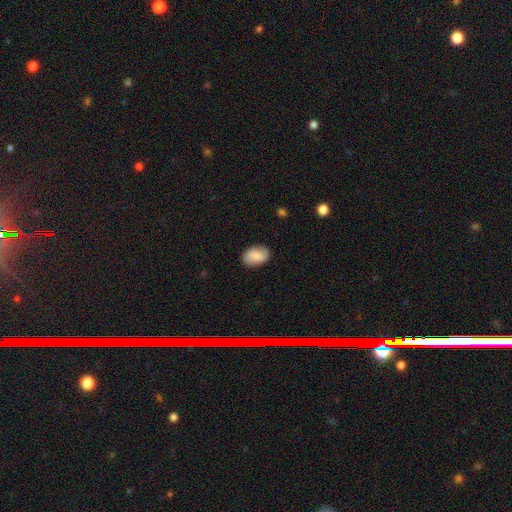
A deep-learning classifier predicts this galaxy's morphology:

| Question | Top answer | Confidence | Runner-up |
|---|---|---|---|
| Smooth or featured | smooth | 79% | featured or disk (13%) |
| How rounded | in between | 85% | round (14%) |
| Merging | none | 83% | minor disturbance (13%) |